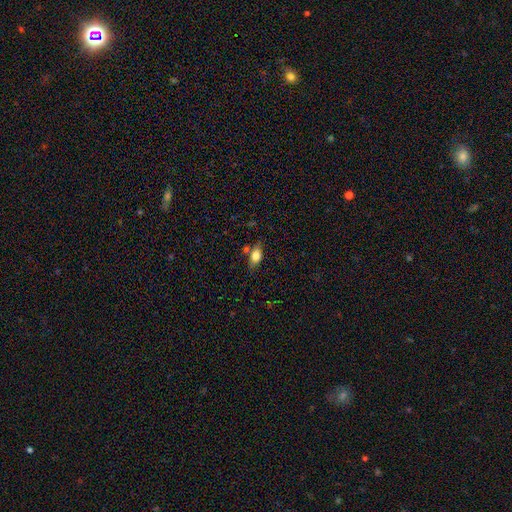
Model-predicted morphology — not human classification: Smooth or featured? smooth (72%)
How rounded? in between (79%)
Merging? none (67%)